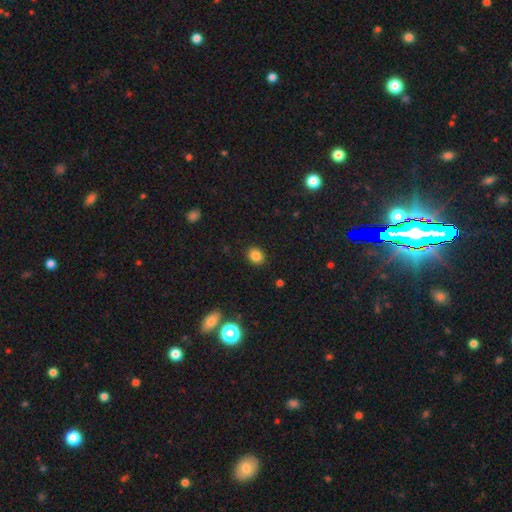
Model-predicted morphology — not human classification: type=smooth (84%); roundness=round (55%); merging=none (89%).